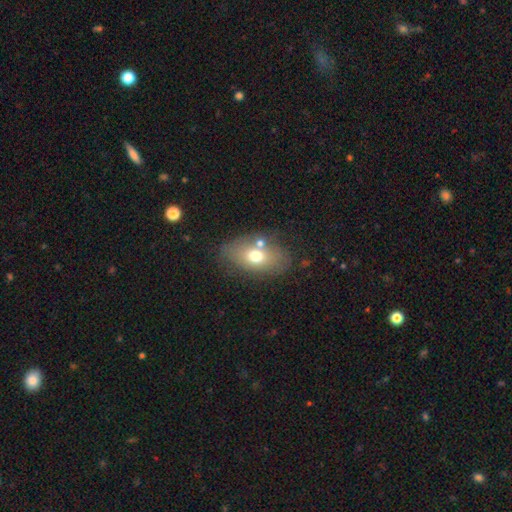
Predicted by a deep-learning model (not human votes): smooth 66%, featured or disk 24%, star or artifact 10%. Down the decision tree: how rounded — in between (85%); merging — none (64%).